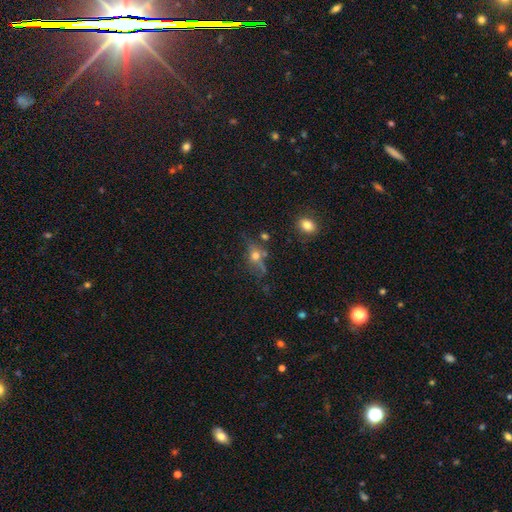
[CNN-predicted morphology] Q: Smooth or featured?
A: smooth (45%); runner-up: featured or disk (36%)
Q: Merging?
A: none (58%); runner-up: minor disturbance (20%)